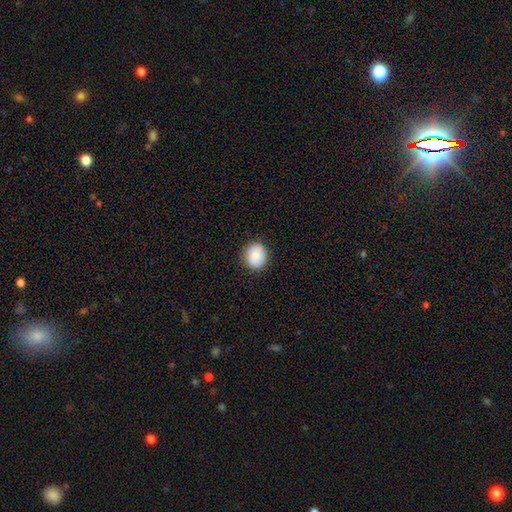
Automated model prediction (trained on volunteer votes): This is clearly a smooth galaxy (86%). How rounded: likely round (72%). Merging: clearly none (88%).